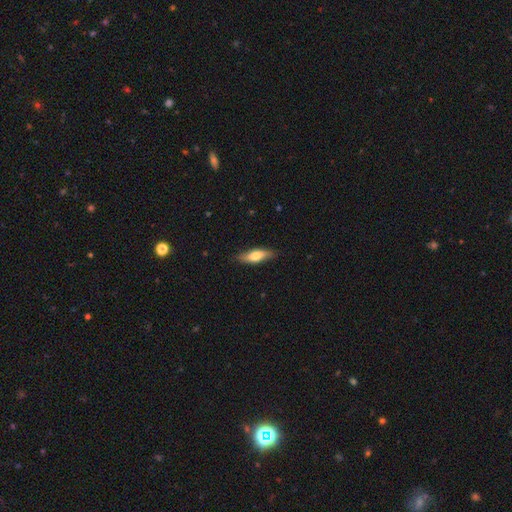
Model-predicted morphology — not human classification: A smooth galaxy with no disk features (62%) that is in between round and cigar-shaped (54%).

Vote fractions:
- Smooth or featured? smooth: 62% / featured or disk: 32% / star or artifact: 6%
- How rounded? in between: 54% / cigar-shaped: 43% / round: 3%
- Merging? none: 83% / minor disturbance: 14% / major disturbance: 2% / merger: 1%